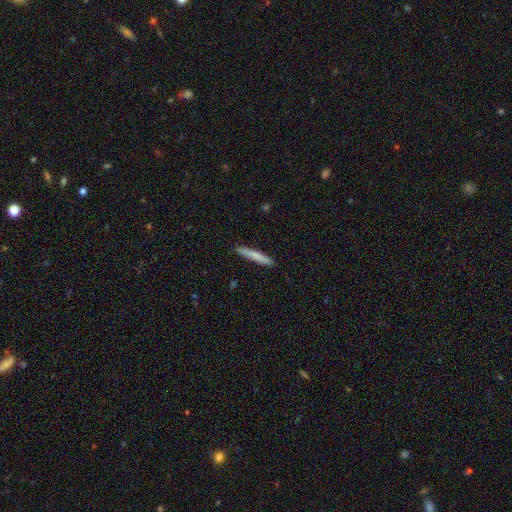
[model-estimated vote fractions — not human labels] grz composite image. It shows a smooth galaxy with no disk features (75%) that is cigar-shaped (96%). Merging: none (91%).